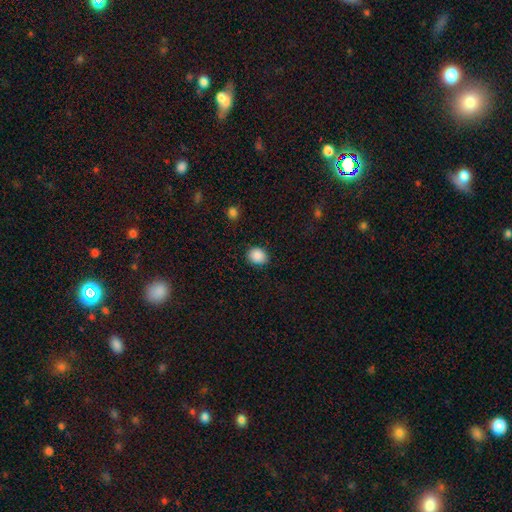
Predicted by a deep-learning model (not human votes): Smooth or featured? smooth (87%)
How rounded? round (64%)
Merging? none (84%)